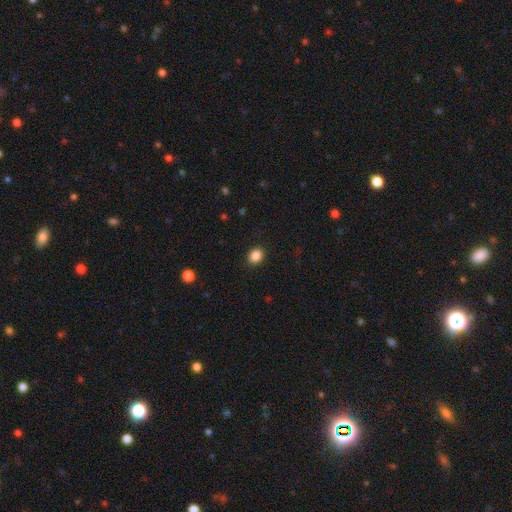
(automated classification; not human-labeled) A smooth galaxy with no disk features (87%) that is round (52%).

Vote fractions:
- Smooth or featured? smooth: 87% / star or artifact: 10% / featured or disk: 4%
- How rounded? round: 52% / in between: 47% / cigar-shaped: 1%
- Merging? none: 89% / minor disturbance: 8% / major disturbance: 2% / merger: 1%